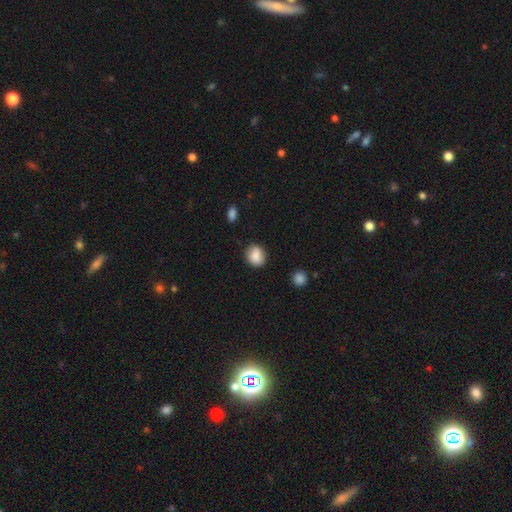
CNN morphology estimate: Q: Smooth or featured?
A: smooth (85%); runner-up: star or artifact (8%)
Q: How rounded?
A: round (62%); runner-up: in between (37%)
Q: Merging?
A: none (81%); runner-up: minor disturbance (14%)